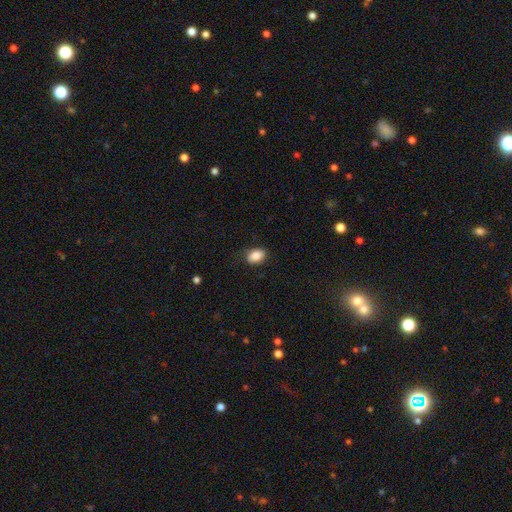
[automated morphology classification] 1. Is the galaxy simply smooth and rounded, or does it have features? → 87% smooth, 8% star or artifact, 5% featured or disk.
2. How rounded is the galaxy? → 77% in between, 22% round, 1% cigar-shaped.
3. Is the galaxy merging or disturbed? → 79% none, 16% minor disturbance, 4% major disturbance, 1% merger.